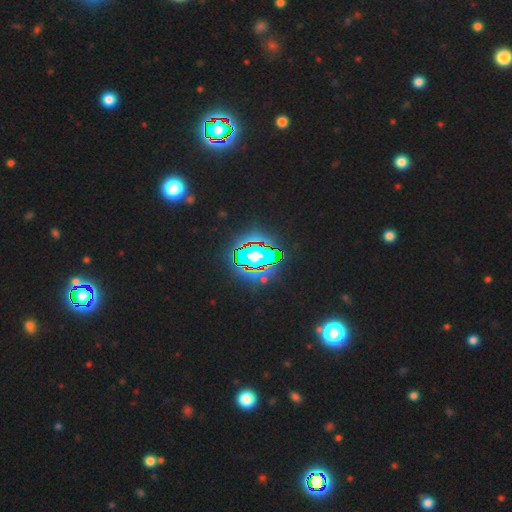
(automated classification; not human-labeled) Smooth or featured? star or artifact (65%)